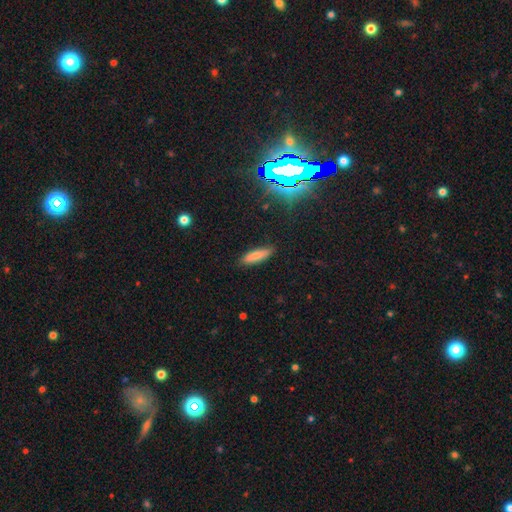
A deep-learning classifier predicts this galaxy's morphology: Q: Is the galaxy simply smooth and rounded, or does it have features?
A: smooth — 79%.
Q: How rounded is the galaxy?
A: cigar-shaped — 66%.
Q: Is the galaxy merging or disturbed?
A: none — 86%.